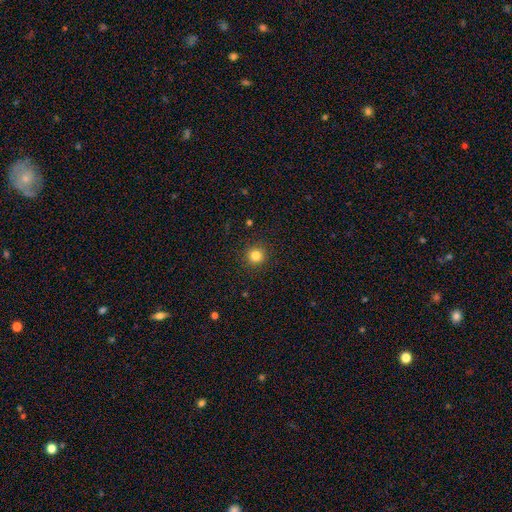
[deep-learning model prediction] Smooth or featured?
  - smooth: 83% *
  - star or artifact: 12%
  - featured or disk: 5%
How rounded?
  - round: 94% *
  - in between: 5%
  - cigar-shaped: 1%
Merging?
  - none: 92% *
  - minor disturbance: 5%
  - major disturbance: 2%
  - merger: 1%